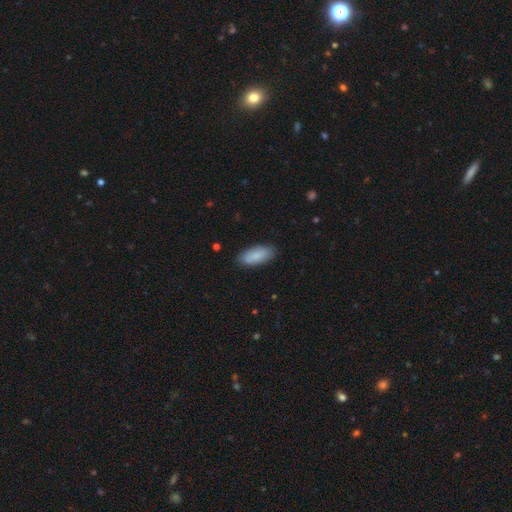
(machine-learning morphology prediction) Smooth or featured?
  - smooth: 85% *
  - featured or disk: 10%
  - star or artifact: 6%
How rounded?
  - in between: 84% *
  - cigar-shaped: 15%
  - round: 2%
Merging?
  - none: 84% *
  - minor disturbance: 12%
  - major disturbance: 2%
  - merger: 1%